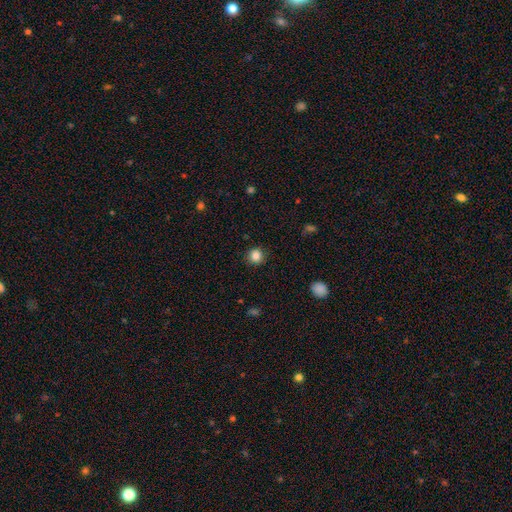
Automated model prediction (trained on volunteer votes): Morphology: type=smooth (85%); roundness=round (92%); merging=none (91%).